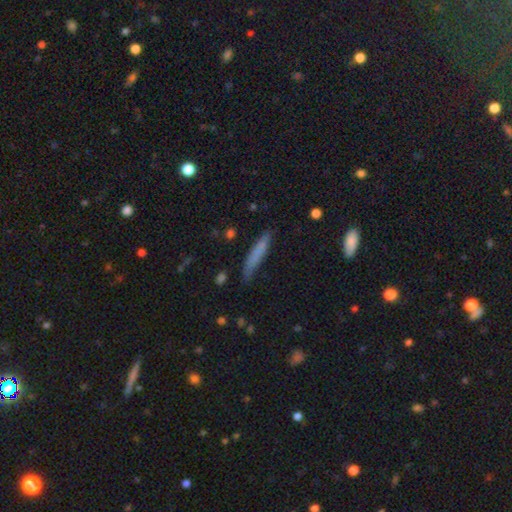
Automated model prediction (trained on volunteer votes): smooth-or-featured: smooth: 73% | featured or disk: 20% | star or artifact: 7%
  how-rounded: cigar-shaped: 92% | in between: 6% | round: 2%
  merging: none: 74% | minor disturbance: 20% | major disturbance: 4% | merger: 2%